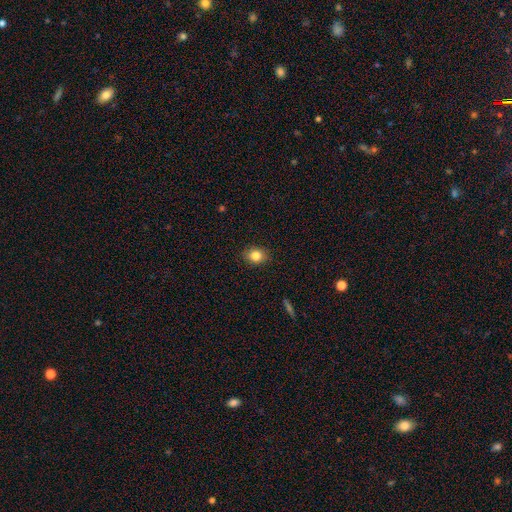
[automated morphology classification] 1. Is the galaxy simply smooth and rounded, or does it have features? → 83% smooth, 10% star or artifact, 7% featured or disk.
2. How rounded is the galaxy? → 50% in between, 48% round, 1% cigar-shaped.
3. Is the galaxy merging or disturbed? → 87% none, 10% minor disturbance, 2% major disturbance, 1% merger.